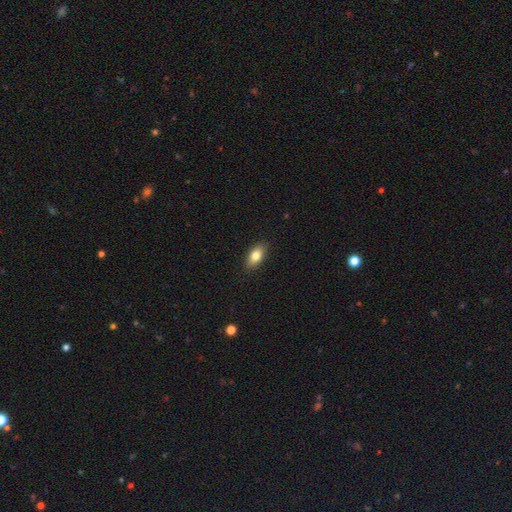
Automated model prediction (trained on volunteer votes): Q: Smooth or featured?
A: smooth (80%); runner-up: featured or disk (13%)
Q: How rounded?
A: in between (88%); runner-up: cigar-shaped (6%)
Q: Merging?
A: none (89%); runner-up: minor disturbance (8%)